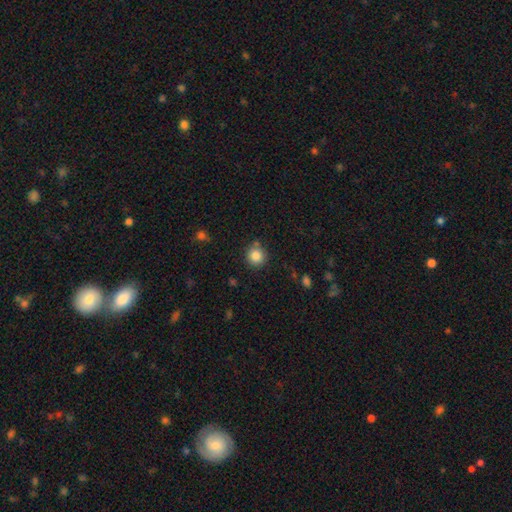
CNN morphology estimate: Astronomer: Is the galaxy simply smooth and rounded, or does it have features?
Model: smooth — 84%.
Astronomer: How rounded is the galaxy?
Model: round — 92%.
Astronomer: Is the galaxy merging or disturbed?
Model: none — 81%.